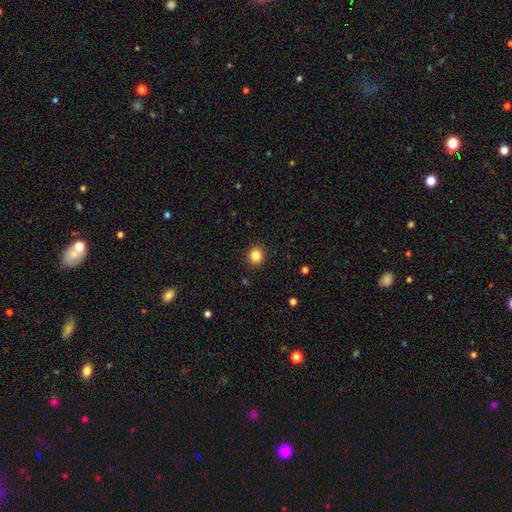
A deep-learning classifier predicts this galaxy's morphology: smooth 84%, star or artifact 11%, featured or disk 5%. Down the decision tree: how rounded — round (86%); merging — none (92%).